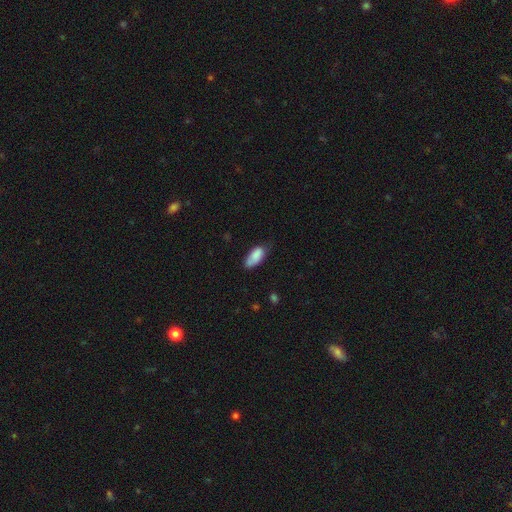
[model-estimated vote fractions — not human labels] Smooth or featured: smooth — 84% (featured or disk — 9%)
How rounded: in between — 88% (cigar-shaped — 9%)
Merging: none — 56% (minor disturbance — 34%)